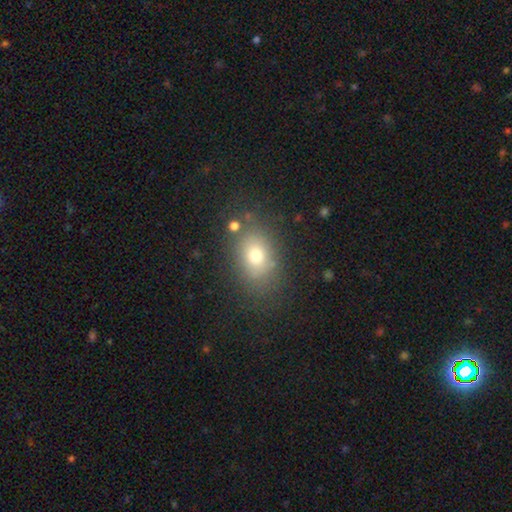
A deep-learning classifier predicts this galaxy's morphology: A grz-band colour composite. It shows a smooth galaxy with no disk features (74%) that is in between round and cigar-shaped (71%). Merging: none (76%).